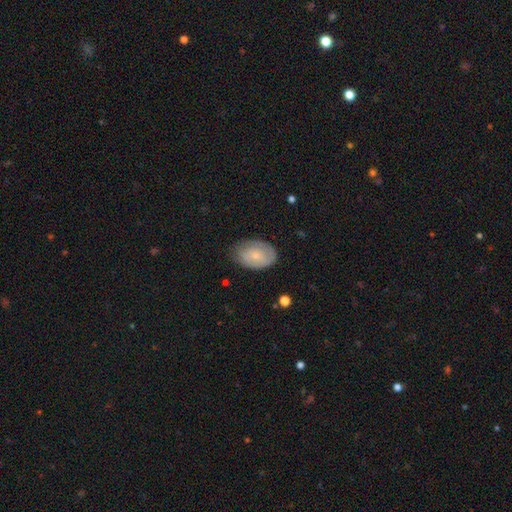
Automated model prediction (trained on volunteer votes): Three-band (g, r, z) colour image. It shows a smooth galaxy with no disk features (60%) that is in between round and cigar-shaped (85%). Merging: none (68%).